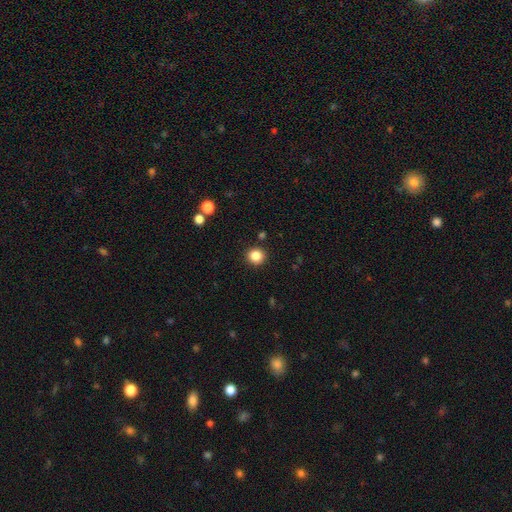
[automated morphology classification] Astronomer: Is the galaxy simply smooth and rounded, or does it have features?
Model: smooth — 84%.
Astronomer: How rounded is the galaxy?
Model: round — 90%.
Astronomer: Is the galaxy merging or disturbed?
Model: none — 90%.